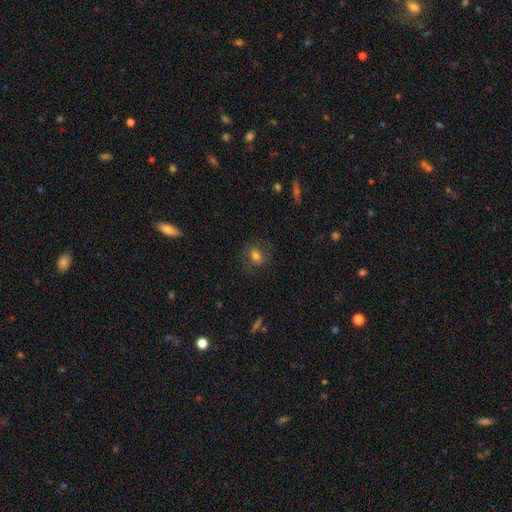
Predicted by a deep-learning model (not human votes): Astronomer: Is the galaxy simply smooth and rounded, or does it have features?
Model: smooth — 71%.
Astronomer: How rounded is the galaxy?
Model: in between — 56% (runner-up: round, 42%).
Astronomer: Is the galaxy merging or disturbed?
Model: none — 77%.